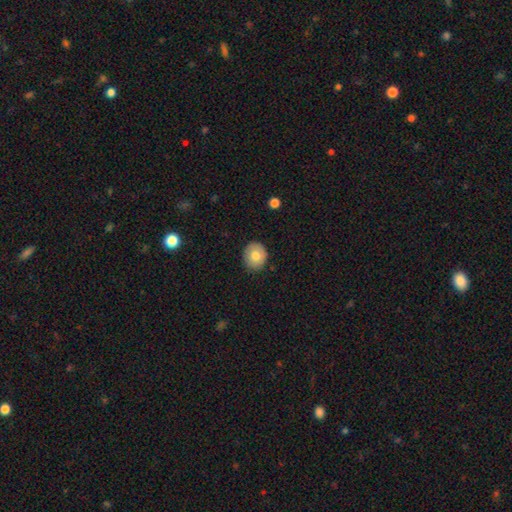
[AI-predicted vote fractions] A smooth galaxy with no disk features (78%) that is round (73%). Merging: none (87%).